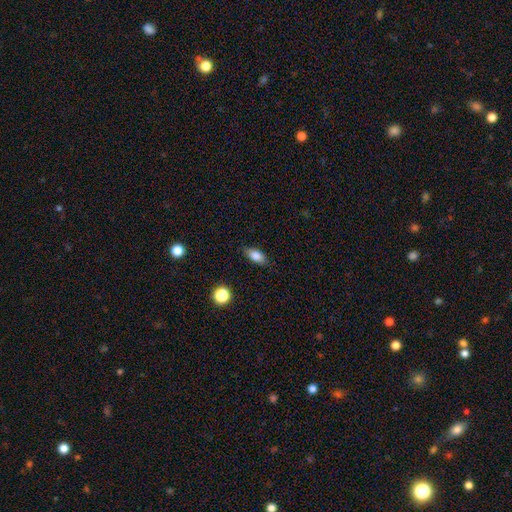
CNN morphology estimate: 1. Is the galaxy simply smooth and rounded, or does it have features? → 81% smooth, 11% featured or disk, 9% star or artifact.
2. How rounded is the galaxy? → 85% in between, 9% cigar-shaped, 6% round.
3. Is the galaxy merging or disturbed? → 85% none, 12% minor disturbance, 2% major disturbance, 1% merger.